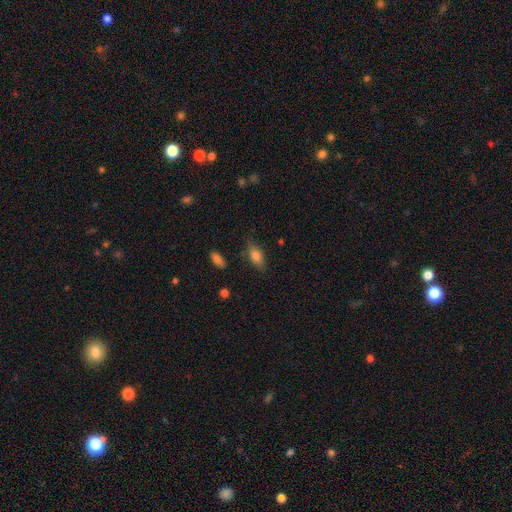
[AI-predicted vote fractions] This is likely a smooth galaxy (70%). How rounded: likely in between (77%). Merging: likely none (76%).